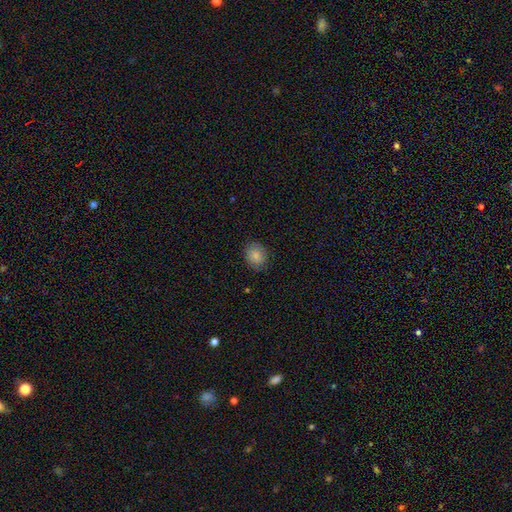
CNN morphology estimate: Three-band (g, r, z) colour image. It shows a smooth galaxy with no disk features (84%) that is round (56%). Merging: none (84%).